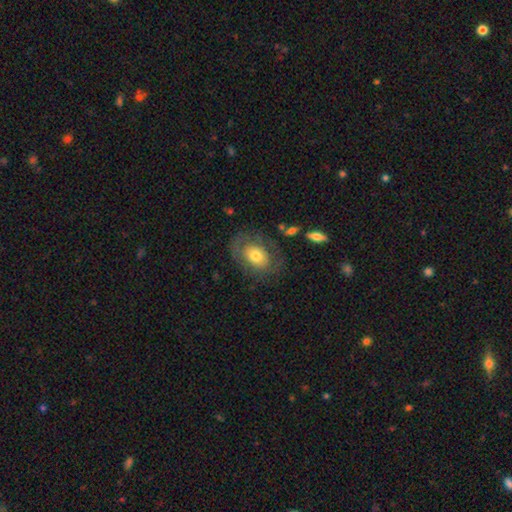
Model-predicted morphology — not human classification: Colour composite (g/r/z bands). It shows a smooth galaxy with no disk features (54%) that is in between round and cigar-shaped (71%). Merging: none (67%).